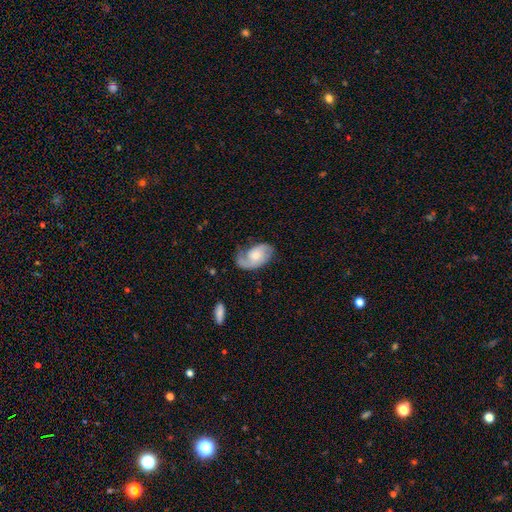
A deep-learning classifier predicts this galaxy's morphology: This is likely a featured or disk galaxy (73%). It is clearly not viewed edge-on (97%). Bar: likely no (67%). Spiral arm pattern: clearly yes (93%). Spiral arm count: likely 2 (62%). Spiral winding: marginally medium (45%). Central bulge: possibly moderate (47%). Merging: possibly none (56%).